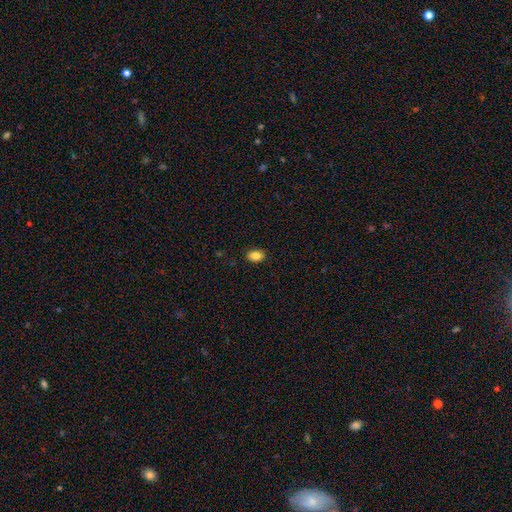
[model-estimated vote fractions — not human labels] This is clearly a smooth galaxy (86%). How rounded: clearly in between (85%). Merging: clearly none (88%).